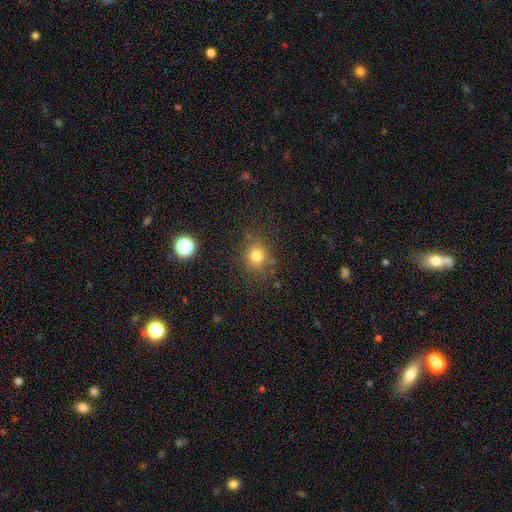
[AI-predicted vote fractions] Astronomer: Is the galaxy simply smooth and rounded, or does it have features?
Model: smooth — 76%.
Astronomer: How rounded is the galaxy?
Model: round — 78%.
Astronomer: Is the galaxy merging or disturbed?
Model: none — 81%.